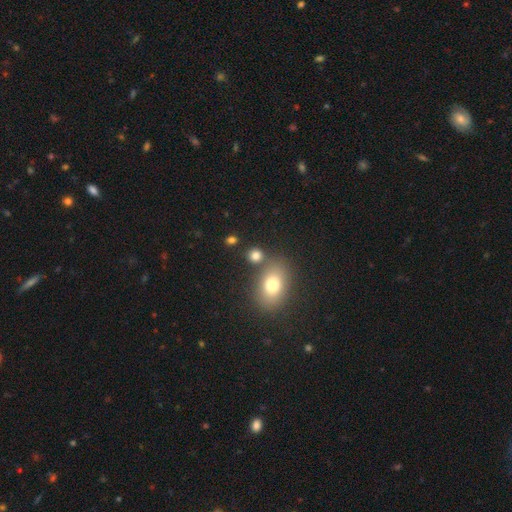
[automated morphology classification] Smooth or featured? Predicted: smooth (p=0.80). How rounded? Predicted: round (p=0.69). Merging? Predicted: none (p=0.70).